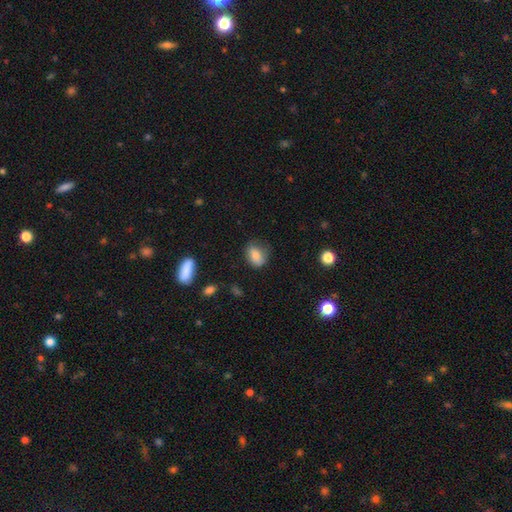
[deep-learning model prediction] The model was most divided on "merging": none: 64%, minor disturbance: 26%, major disturbance: 8%, merger: 2%. More confident: smooth or featured — smooth (79%); how rounded — in between (73%).